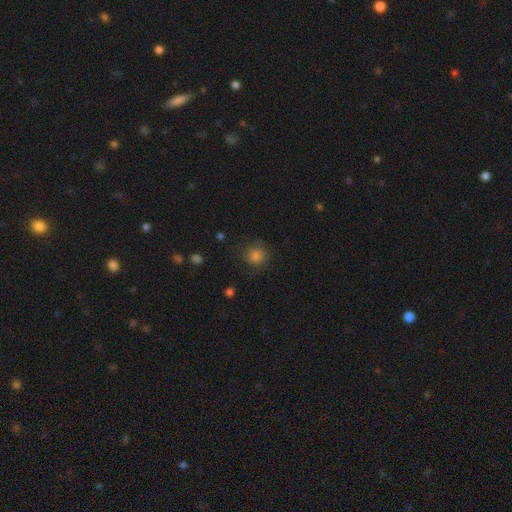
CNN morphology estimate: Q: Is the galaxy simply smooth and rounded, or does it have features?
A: smooth — 82%.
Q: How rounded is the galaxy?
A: round — 89%.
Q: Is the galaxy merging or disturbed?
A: none — 78%.